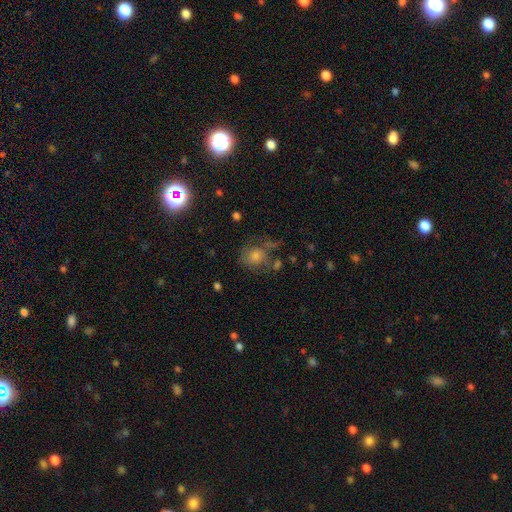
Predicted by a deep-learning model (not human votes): Smooth or featured?
  - smooth: 50% *
  - star or artifact: 27%
  - featured or disk: 23%
How rounded?
  - round: 69% *
  - in between: 30%
  - cigar-shaped: 1%
Merging?
  - none: 54% *
  - minor disturbance: 22%
  - major disturbance: 16%
  - merger: 8%